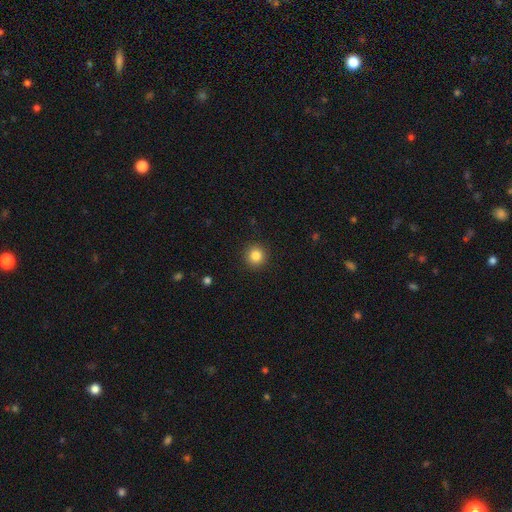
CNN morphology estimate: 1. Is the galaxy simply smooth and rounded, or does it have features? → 85% smooth, 11% star or artifact, 5% featured or disk.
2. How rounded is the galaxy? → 95% round, 5% in between, 1% cigar-shaped.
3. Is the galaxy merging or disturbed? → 92% none, 5% minor disturbance, 2% major disturbance, 1% merger.